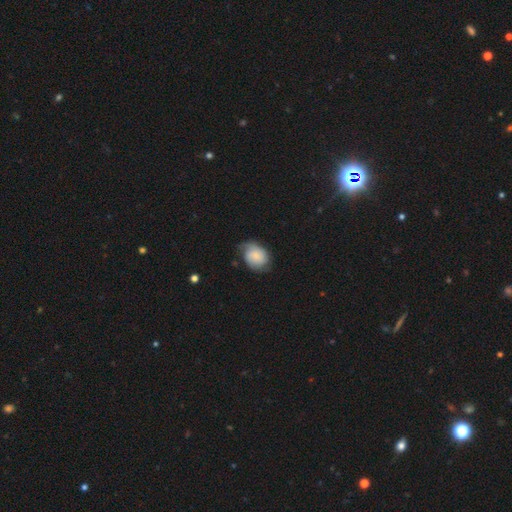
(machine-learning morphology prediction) A smooth galaxy with no disk features (60%) that is in between round and cigar-shaped (64%).

Vote fractions:
- Smooth or featured? smooth: 60% / featured or disk: 33% / star or artifact: 7%
- How rounded? in between: 64% / round: 35% / cigar-shaped: 1%
- Merging? none: 53% / minor disturbance: 33% / major disturbance: 12% / merger: 2%